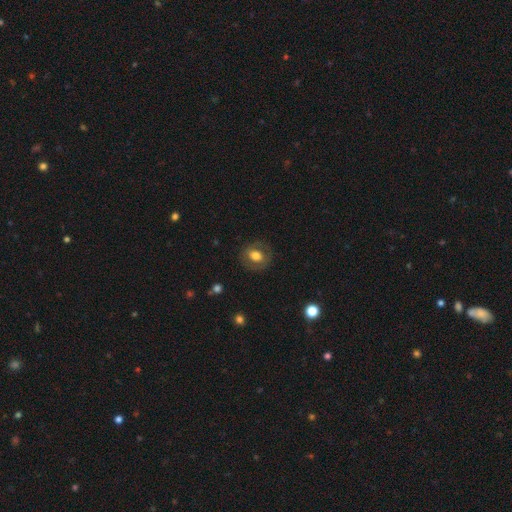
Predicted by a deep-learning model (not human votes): A smooth galaxy with no disk features (65%) that is round (62%). Merging: none (83%).